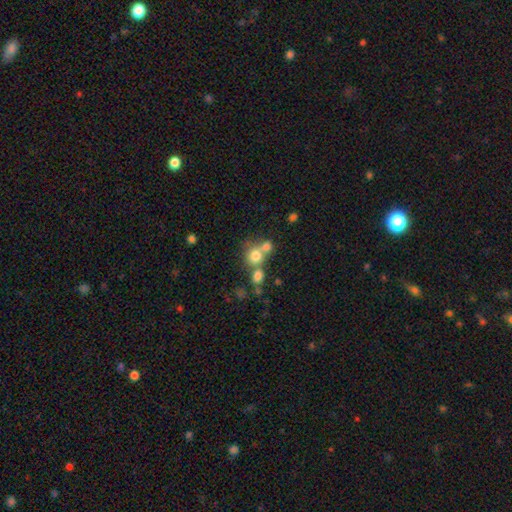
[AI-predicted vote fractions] smooth-or-featured: smooth: 73% | featured or disk: 13% | star or artifact: 13%
  how-rounded: round: 81% | in between: 18% | cigar-shaped: 1%
  merging: merger: 47% | none: 41% | minor disturbance: 7% | major disturbance: 4%